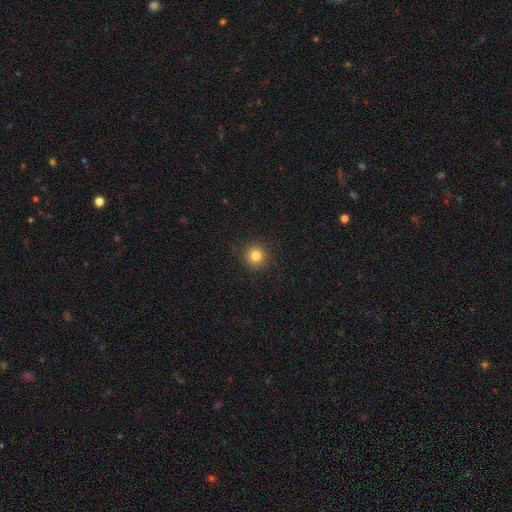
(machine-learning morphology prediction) Smooth or featured?
  - smooth: 82% *
  - star or artifact: 12%
  - featured or disk: 6%
How rounded?
  - round: 93% *
  - in between: 6%
  - cigar-shaped: 1%
Merging?
  - none: 90% *
  - minor disturbance: 7%
  - major disturbance: 2%
  - merger: 1%